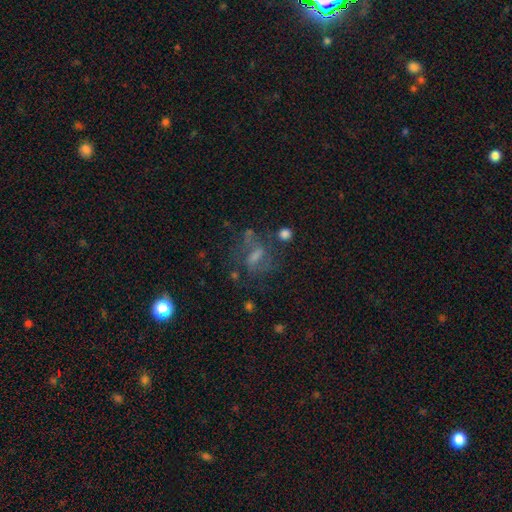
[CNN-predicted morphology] Overall: featured or disk (43%; smooth 39%). Merging: none (49%; major disturbance 24%).